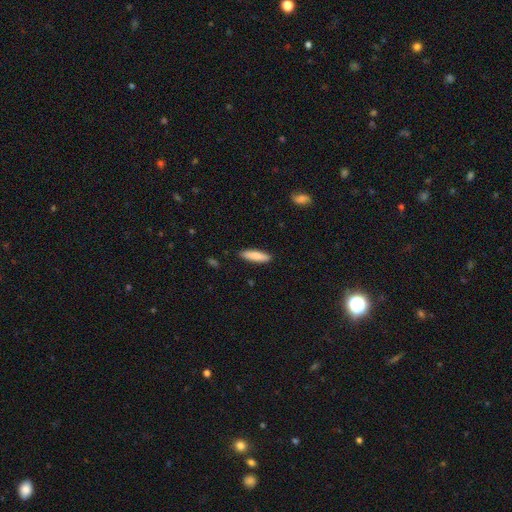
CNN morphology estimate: The model was most divided on "how rounded": cigar-shaped: 71%, in between: 28%, round: 1%. More confident: merging — none (89%); smooth or featured — smooth (86%).